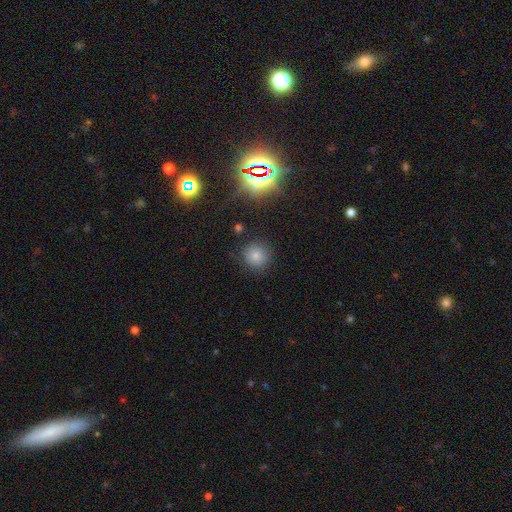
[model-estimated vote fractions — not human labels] This is likely a smooth galaxy (77%). How rounded: clearly round (92%). Merging: clearly none (86%).